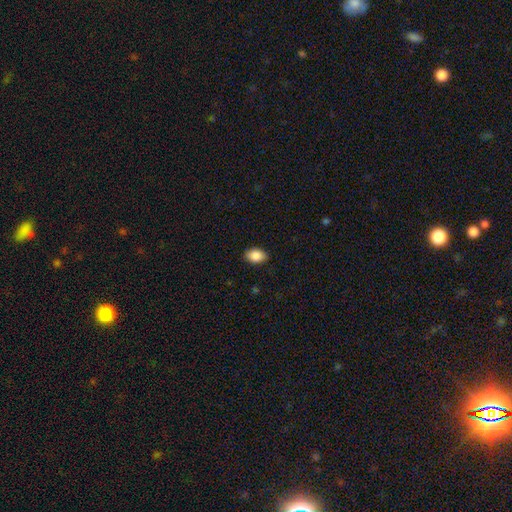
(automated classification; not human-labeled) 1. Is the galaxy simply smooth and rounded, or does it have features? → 88% smooth, 7% star or artifact, 5% featured or disk.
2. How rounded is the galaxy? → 85% in between, 14% round, 1% cigar-shaped.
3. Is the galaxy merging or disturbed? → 87% none, 10% minor disturbance, 2% major disturbance, 1% merger.